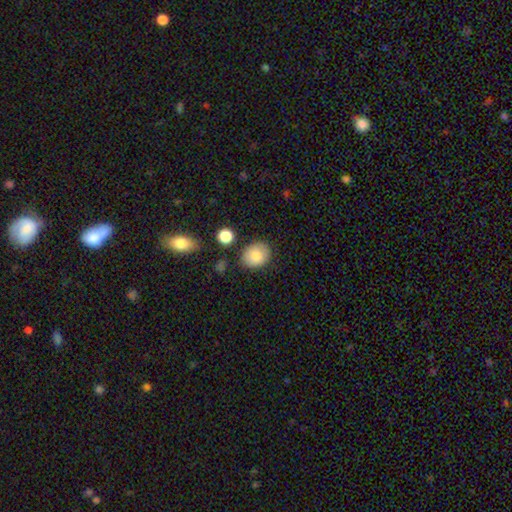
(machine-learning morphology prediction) type=smooth (83%); roundness=in between (50%); merging=none (80%).